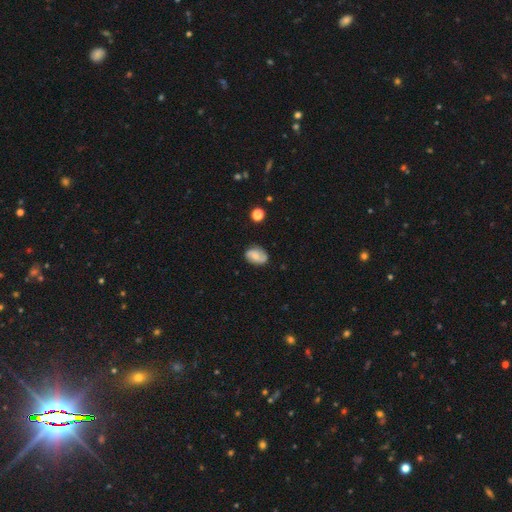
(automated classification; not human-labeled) Morphology: type=smooth (48%); merging=none (76%).